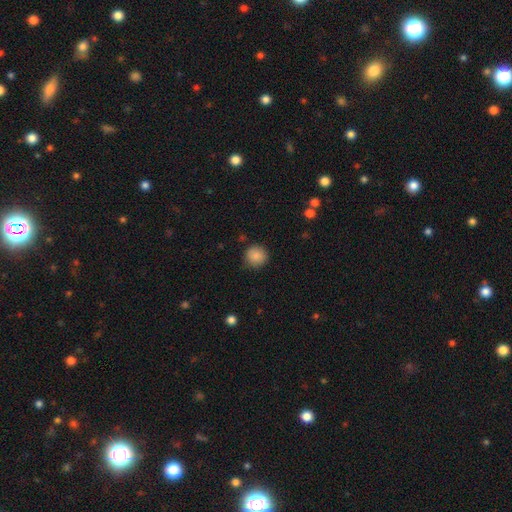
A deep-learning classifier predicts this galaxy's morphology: A smooth galaxy with no disk features (87%) that is round (94%).

Vote fractions:
- Smooth or featured? smooth: 87% / star or artifact: 9% / featured or disk: 5%
- How rounded? round: 94% / in between: 5% / cigar-shaped: 1%
- Merging? none: 87% / minor disturbance: 9% / major disturbance: 2% / merger: 1%